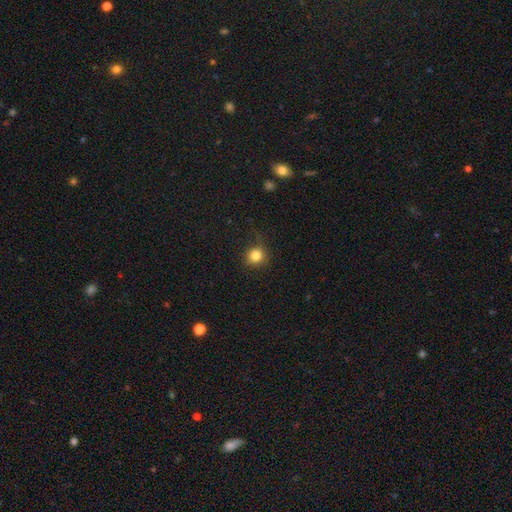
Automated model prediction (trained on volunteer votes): Morphology: type=smooth (82%); roundness=round (88%); merging=none (81%).